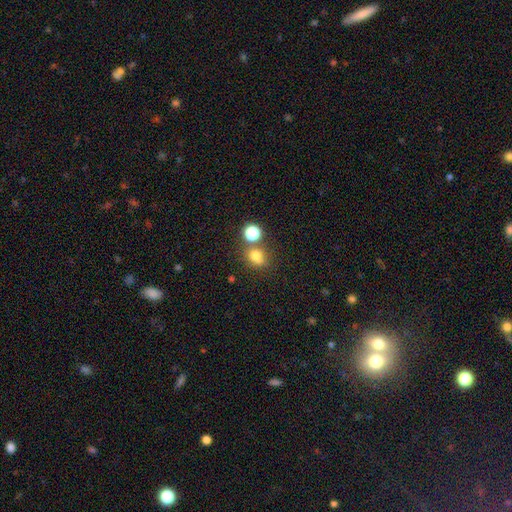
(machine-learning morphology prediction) This appears to be a smooth galaxy with no disk features (74%) that is round (62%). Merging: none (59%).